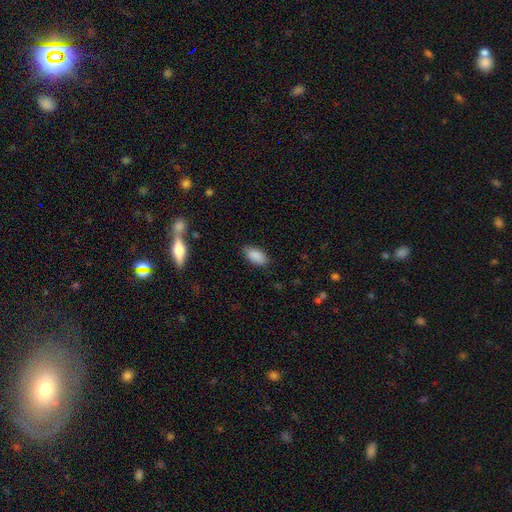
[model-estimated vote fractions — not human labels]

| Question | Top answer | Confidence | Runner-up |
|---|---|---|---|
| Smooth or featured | smooth | 88% | star or artifact (7%) |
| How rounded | in between | 92% | cigar-shaped (5%) |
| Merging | none | 83% | minor disturbance (13%) |